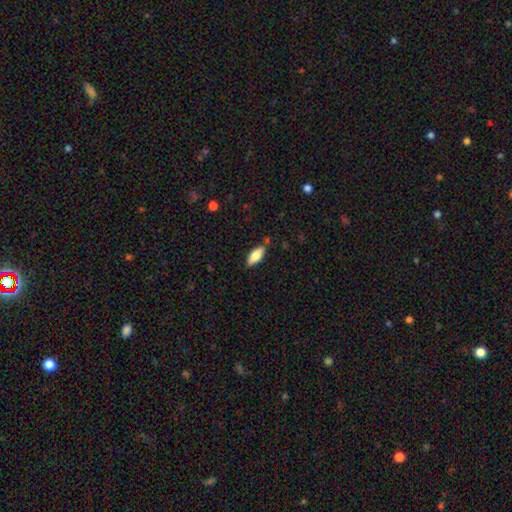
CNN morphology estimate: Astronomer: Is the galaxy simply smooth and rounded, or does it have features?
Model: smooth — 80%.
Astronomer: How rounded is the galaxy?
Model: in between — 80%.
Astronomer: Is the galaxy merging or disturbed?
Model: none — 82%.